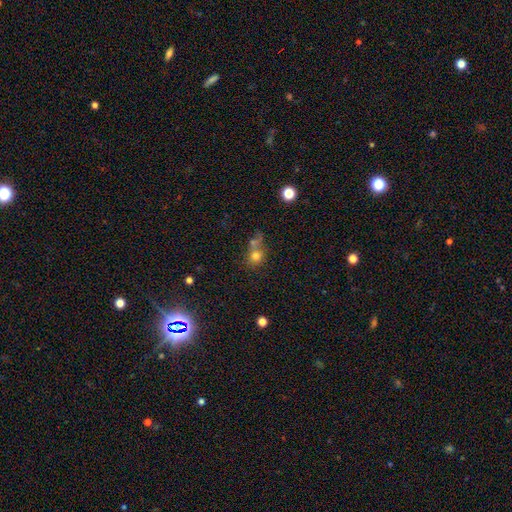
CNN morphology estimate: Smooth or featured? smooth (73%)
How rounded? round (76%)
Merging? none (41%)